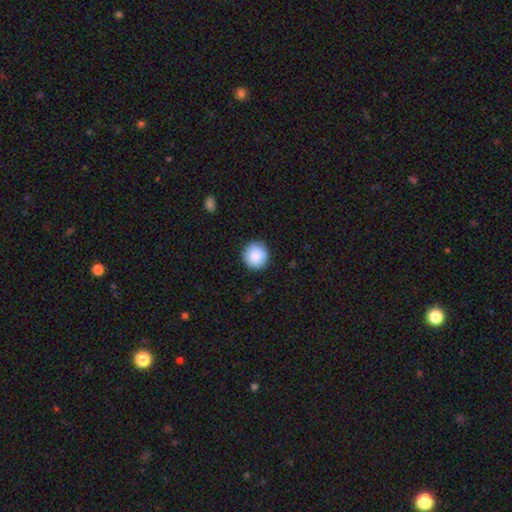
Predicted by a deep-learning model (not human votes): Smooth or featured: smooth — 89% (star or artifact — 8%)
How rounded: round — 94% (in between — 5%)
Merging: none — 90% (minor disturbance — 7%)